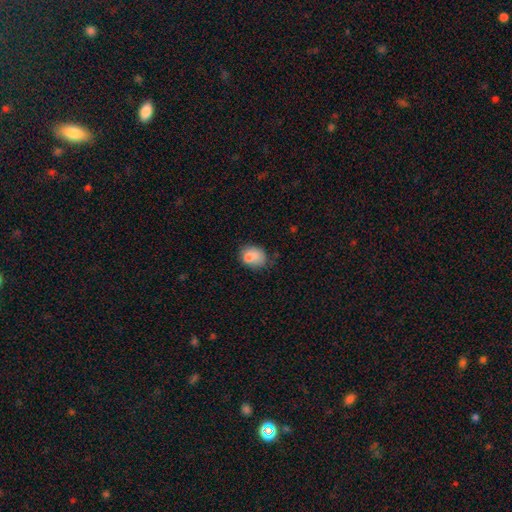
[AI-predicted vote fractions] Morphology: type=smooth (78%); roundness=in between (54%); merging=none (47%).